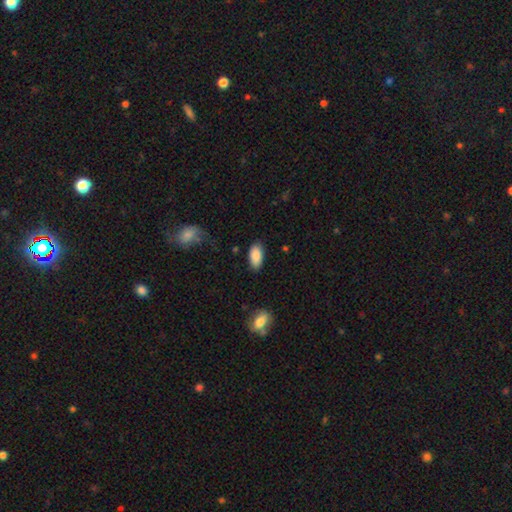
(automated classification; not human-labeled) A smooth galaxy with no disk features (88%) that is in between round and cigar-shaped (93%).

Vote fractions:
- Smooth or featured? smooth: 88% / star or artifact: 7% / featured or disk: 5%
- How rounded? in between: 93% / cigar-shaped: 4% / round: 3%
- Merging? none: 83% / minor disturbance: 13% / major disturbance: 3% / merger: 2%